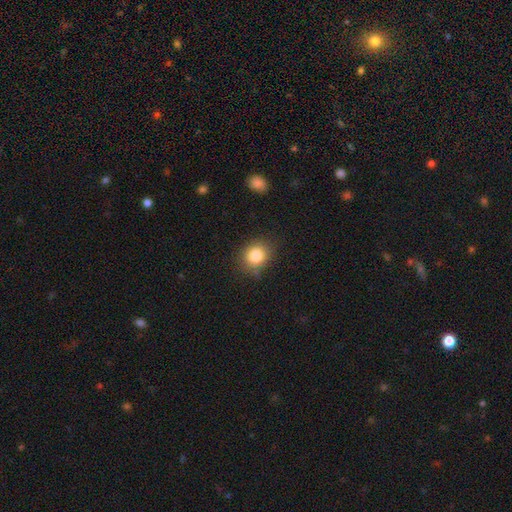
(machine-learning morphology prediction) type=smooth (83%); roundness=round (73%); merging=none (81%).